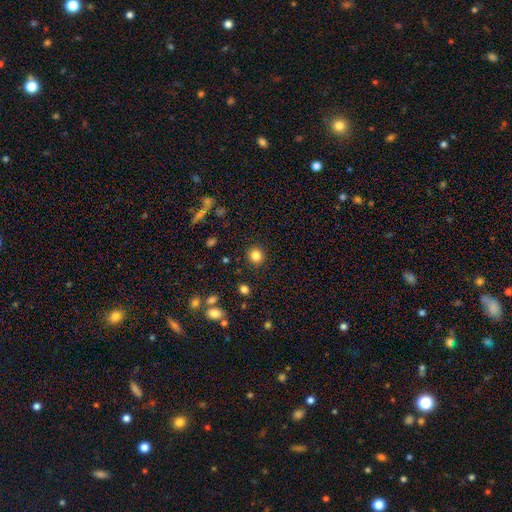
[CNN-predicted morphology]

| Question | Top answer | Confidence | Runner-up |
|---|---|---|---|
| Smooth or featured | smooth | 83% | star or artifact (12%) |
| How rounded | round | 92% | in between (7%) |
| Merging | none | 90% | minor disturbance (6%) |